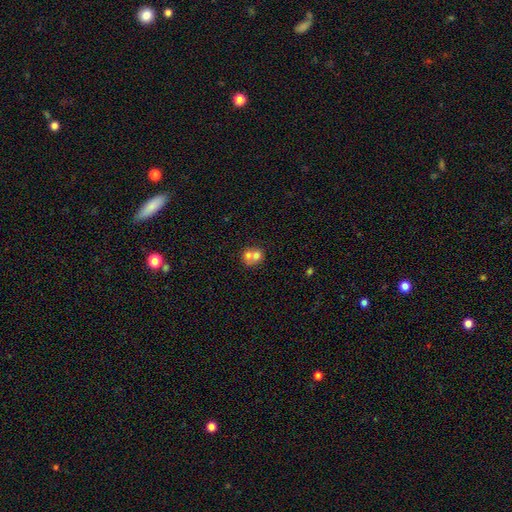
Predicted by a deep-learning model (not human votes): Morphology: type=smooth (64%); roundness=round (65%); merging=merger (67%).